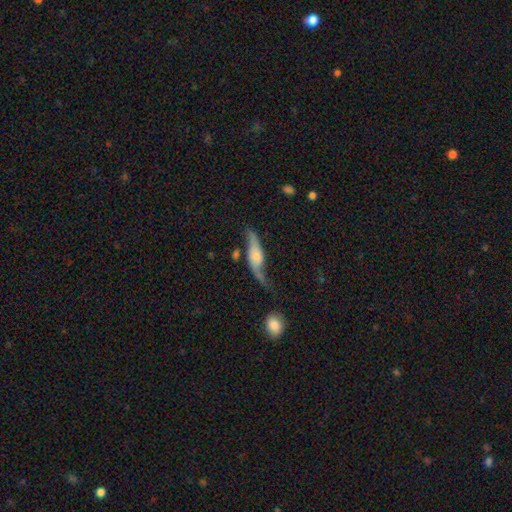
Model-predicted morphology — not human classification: Smooth or featured?
  - featured or disk: 70% *
  - smooth: 24%
  - star or artifact: 7%
Edge-on disk?
  - no: 74% *
  - yes: 26%
Bar?
  - no: 65% *
  - weak: 26%
  - strong: 9%
Spiral arms?
  - yes: 87% *
  - no: 13%
Bulge size?
  - small: 43% *
  - moderate: 30%
  - none: 15%
  - large: 8%
  - dominant: 3%
Merging?
  - none: 46% *
  - minor disturbance: 26%
  - major disturbance: 20%
  - merger: 8%